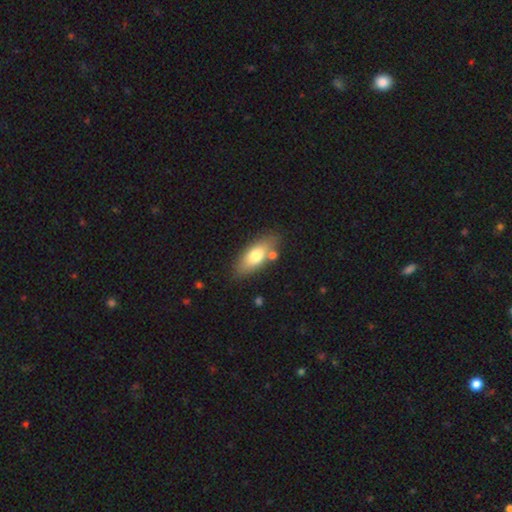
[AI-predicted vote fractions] The model was most divided on "smooth or featured": smooth: 71%, featured or disk: 23%, star or artifact: 7%. More confident: how rounded — in between (80%); merging — none (75%).